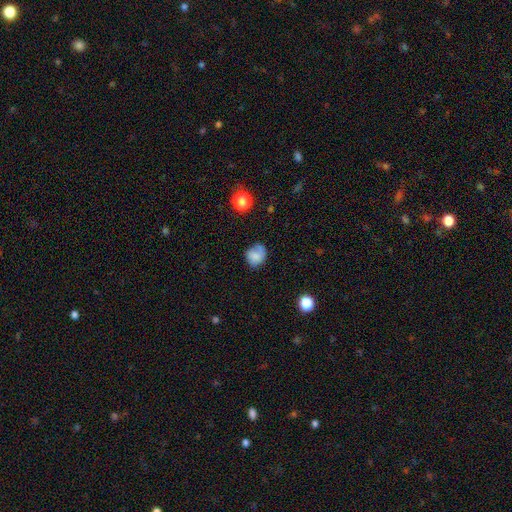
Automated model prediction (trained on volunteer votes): Morphology: type=smooth (72%); roundness=round (69%); merging=none (56%).